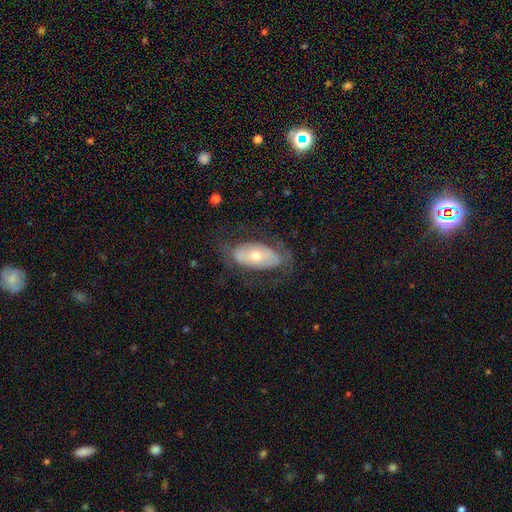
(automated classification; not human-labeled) featured or disk 54%, smooth 39%, star or artifact 7%. Down the decision tree: edge-on disk — no (86%); merging — none (66%).